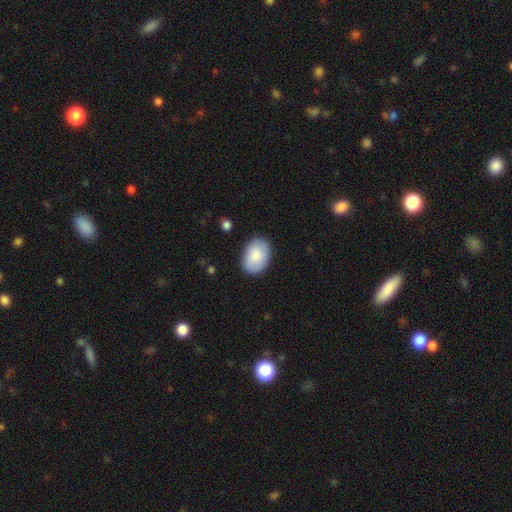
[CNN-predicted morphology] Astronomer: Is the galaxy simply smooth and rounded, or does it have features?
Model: smooth — 84%.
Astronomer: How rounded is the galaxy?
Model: in between — 86%.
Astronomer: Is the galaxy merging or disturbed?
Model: none — 83%.